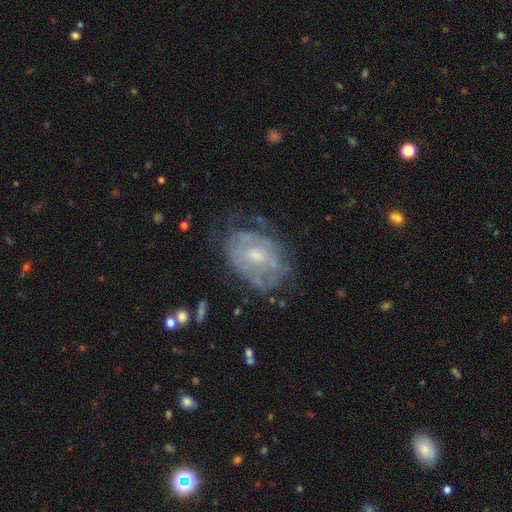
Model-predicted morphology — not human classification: This appears to be a featured or disk galaxy (64%) with no bar (64%), no spiral arms (52%) and a moderate central bulge (46%). Merging: none (55%).